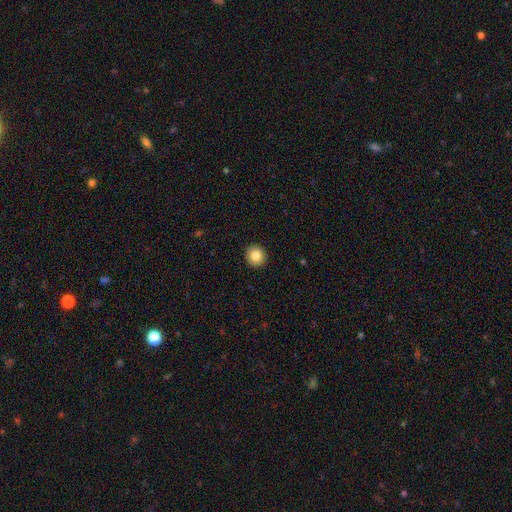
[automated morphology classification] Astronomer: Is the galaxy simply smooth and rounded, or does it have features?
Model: smooth — 83%.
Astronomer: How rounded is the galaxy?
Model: round — 91%.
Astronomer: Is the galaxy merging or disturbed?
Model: none — 93%.